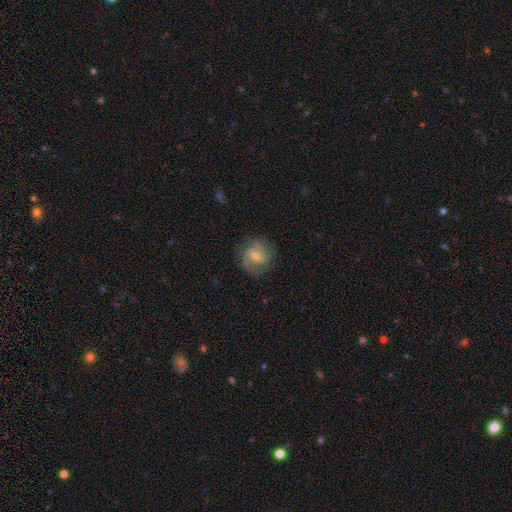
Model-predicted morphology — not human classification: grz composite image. It shows a featured or disk galaxy (66%) with a weak bar (46%), 2 (58%) medium (44%) spiral arms (89%) and a small central bulge (50%). Merging: none (80%).